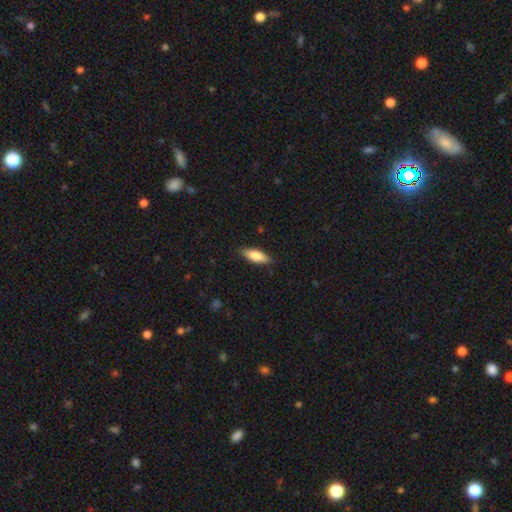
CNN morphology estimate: A smooth galaxy with no disk features (79%) that is in between round and cigar-shaped (66%).

Vote fractions:
- Smooth or featured? smooth: 79% / featured or disk: 15% / star or artifact: 6%
- How rounded? in between: 66% / cigar-shaped: 32% / round: 2%
- Merging? none: 86% / minor disturbance: 11% / major disturbance: 2% / merger: 1%